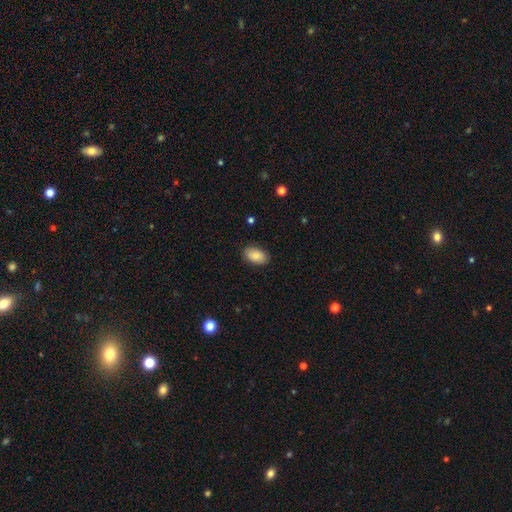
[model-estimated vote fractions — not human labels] smooth 86%, star or artifact 7%, featured or disk 7%. Down the decision tree: how rounded — in between (93%); merging — none (87%).